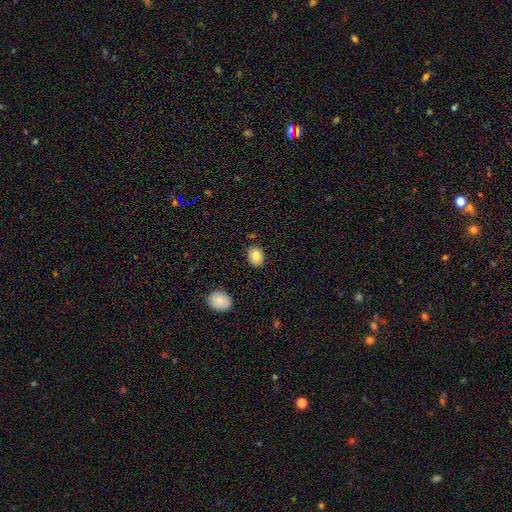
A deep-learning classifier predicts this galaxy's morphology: A smooth galaxy with no disk features (82%) that is in between round and cigar-shaped (54%). Merging: none (85%).